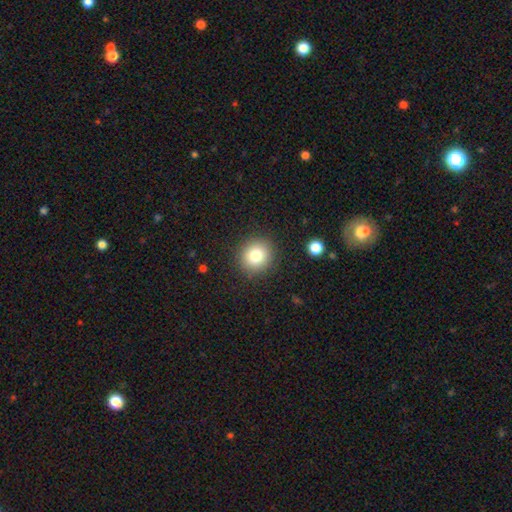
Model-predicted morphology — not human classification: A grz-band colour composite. It shows a smooth galaxy with no disk features (80%) that is round (89%). Merging: none (89%).